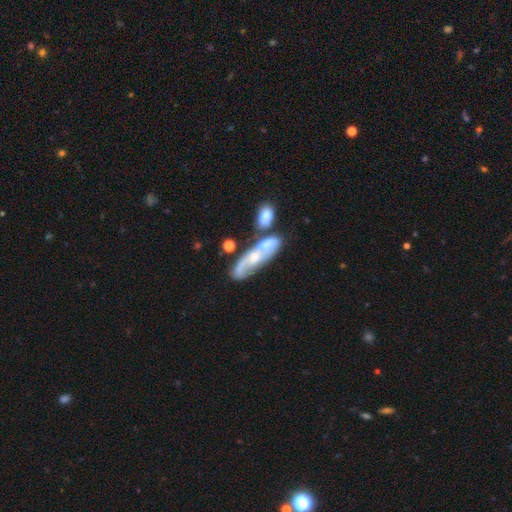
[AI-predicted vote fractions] featured or disk 70%, smooth 23%, star or artifact 7%. Down the decision tree: edge-on disk — no (80%); bar — no (60%); spiral arms — yes (76%); bulge size — moderate (48%); merging — merger (38%).